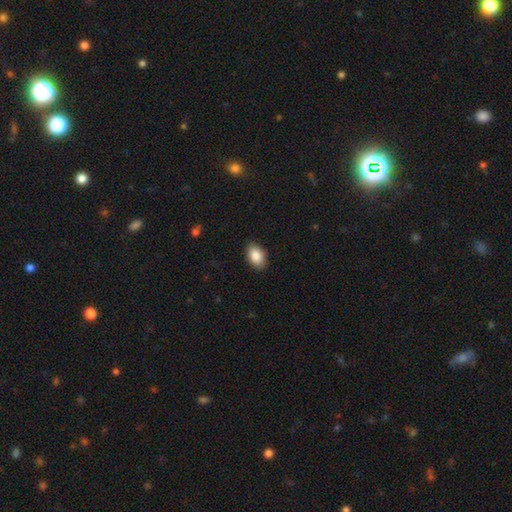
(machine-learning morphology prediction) Smooth or featured? Predicted: smooth (p=0.88). How rounded? Predicted: in between (p=0.90). Merging? Predicted: none (p=0.88).